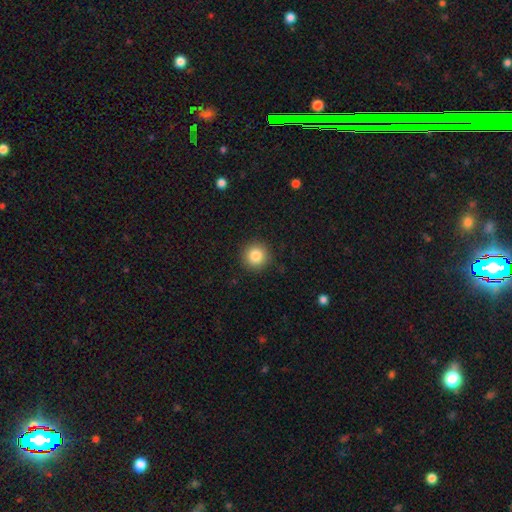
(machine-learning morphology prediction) This is clearly a smooth galaxy (84%). How rounded: clearly round (95%). Merging: clearly none (91%).